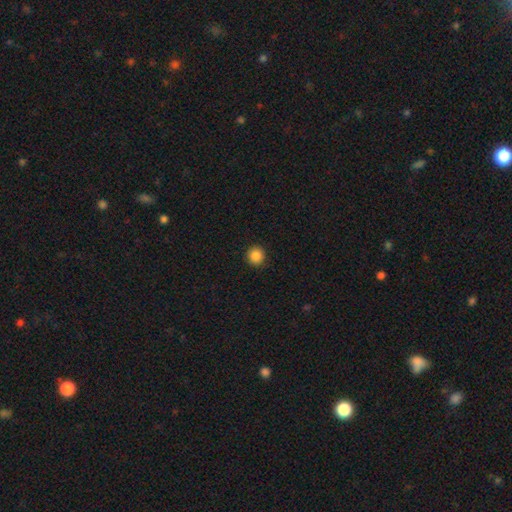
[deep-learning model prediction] Morphology: type=smooth (87%); roundness=round (94%); merging=none (92%).